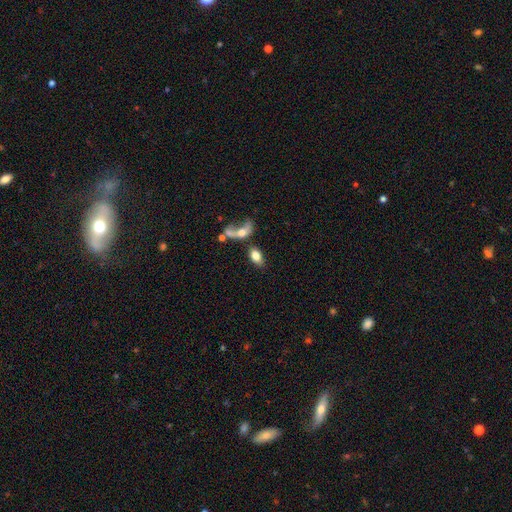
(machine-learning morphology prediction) Smooth or featured? Predicted: smooth (p=0.73). How rounded? Predicted: in between (p=0.87). Merging? Predicted: merger (p=0.37).